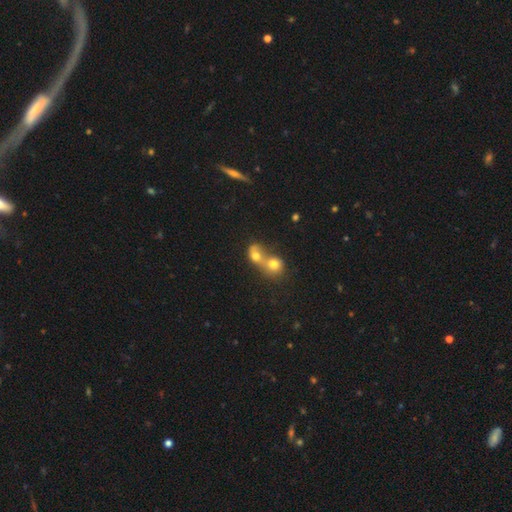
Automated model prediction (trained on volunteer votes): A smooth galaxy with no disk features (69%) that is round (62%). Merging: merger (77%).